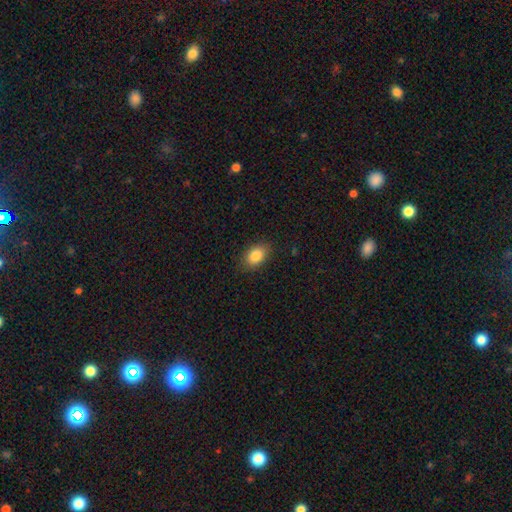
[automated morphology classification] smooth 85%, star or artifact 8%, featured or disk 7%. Down the decision tree: how rounded — in between (83%); merging — none (86%).